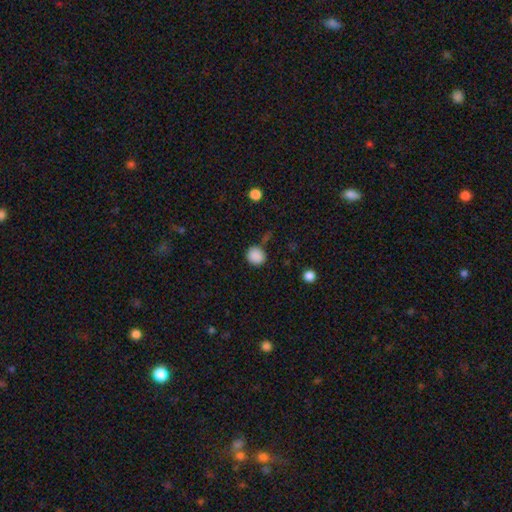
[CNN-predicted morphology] The model was most divided on "merging": none: 76%, minor disturbance: 15%, merger: 5%, major disturbance: 4%. More confident: smooth or featured — smooth (87%); how rounded — round (86%).